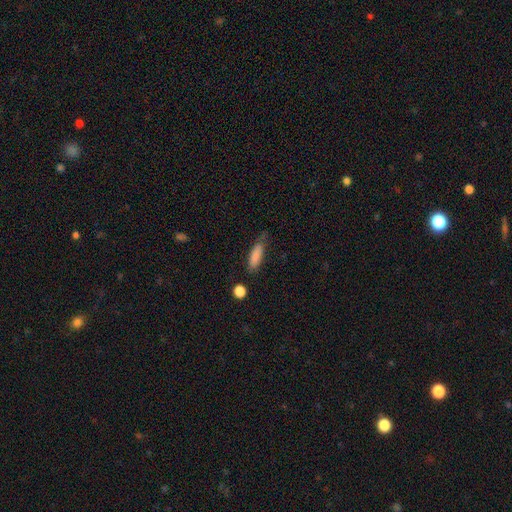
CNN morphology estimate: A smooth galaxy with no disk features (84%) that is in between round and cigar-shaped (49%, tied with cigar-shaped). Merging: none (65%).